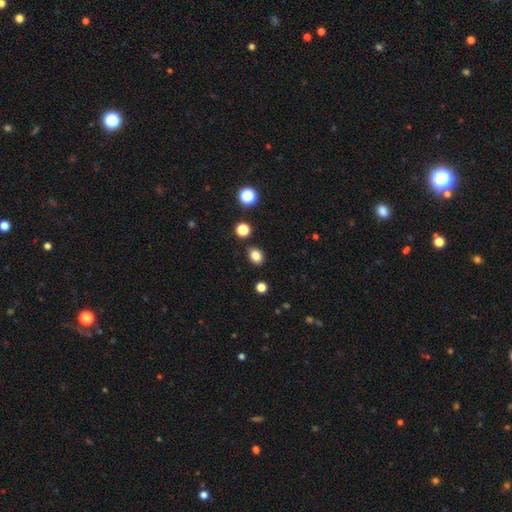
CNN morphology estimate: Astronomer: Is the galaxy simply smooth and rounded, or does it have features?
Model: smooth — 84%.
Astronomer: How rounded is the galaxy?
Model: in between — 58% (runner-up: round, 41%).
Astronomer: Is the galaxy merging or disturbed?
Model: none — 87%.